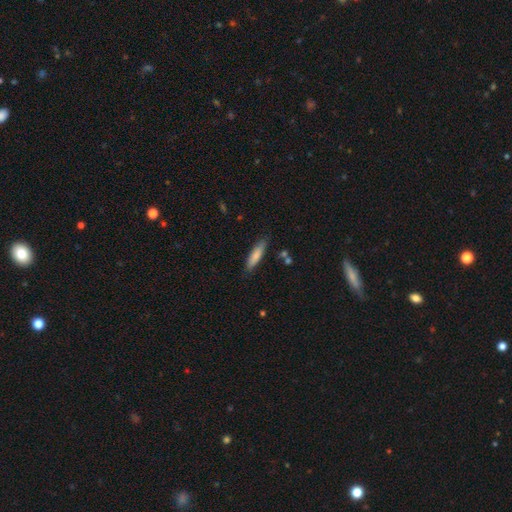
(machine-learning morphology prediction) The model was most divided on "how rounded": cigar-shaped: 72%, in between: 26%, round: 1%. More confident: merging — none (82%); smooth or featured — smooth (78%).